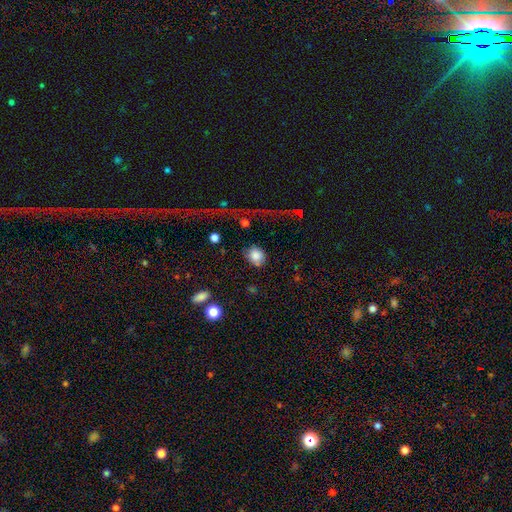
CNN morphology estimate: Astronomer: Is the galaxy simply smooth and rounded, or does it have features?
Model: smooth — 80%.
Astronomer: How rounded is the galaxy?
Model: round — 58% (runner-up: in between, 40%).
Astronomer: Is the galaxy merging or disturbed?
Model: none — 65%.